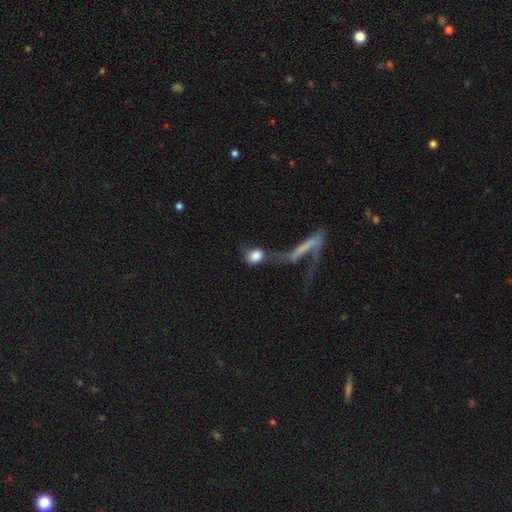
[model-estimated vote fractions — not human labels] smooth_or_featured: smooth (p=0.77) [alt: featured or disk p=0.15]
how_rounded: round (p=0.51) [alt: in between p=0.43]
merging: merger (p=0.41) [alt: major disturbance p=0.25]